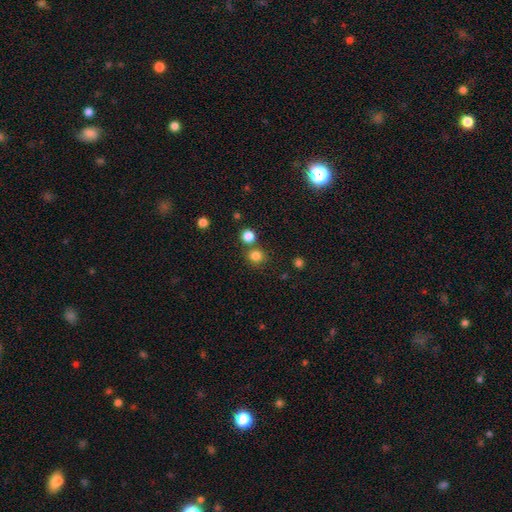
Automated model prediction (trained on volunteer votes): This appears to be a smooth galaxy with no disk features (81%) that is round (88%). Merging: none (71%).